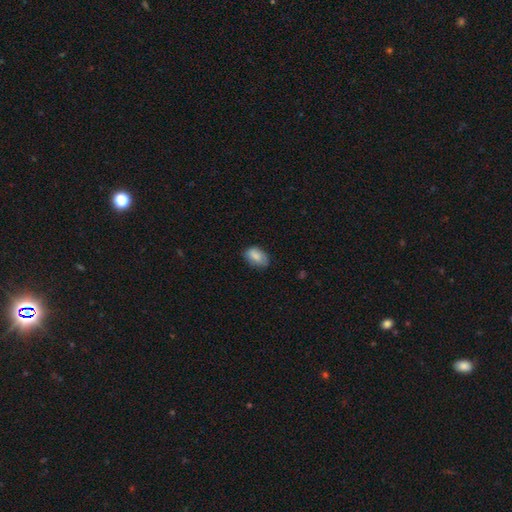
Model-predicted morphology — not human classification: smooth-or-featured: smooth: 83% | featured or disk: 10% | star or artifact: 7%
  how-rounded: in between: 88% | round: 10% | cigar-shaped: 2%
  merging: none: 70% | minor disturbance: 25% | major disturbance: 5% | merger: 1%